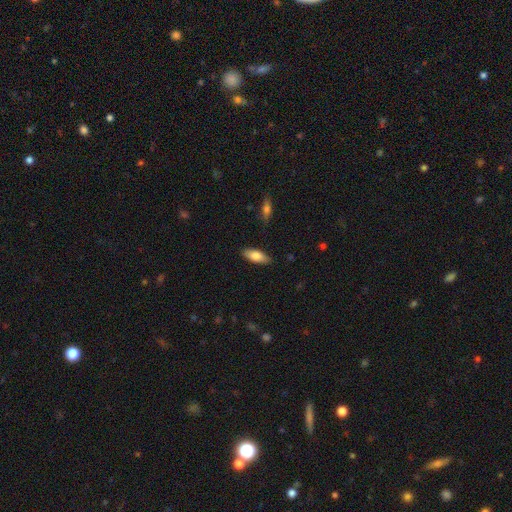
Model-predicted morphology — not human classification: smooth_or_featured: smooth (p=0.80) [alt: featured or disk p=0.14]
how_rounded: in between (p=0.77) [alt: cigar-shaped p=0.21]
merging: none (p=0.85) [alt: minor disturbance p=0.11]